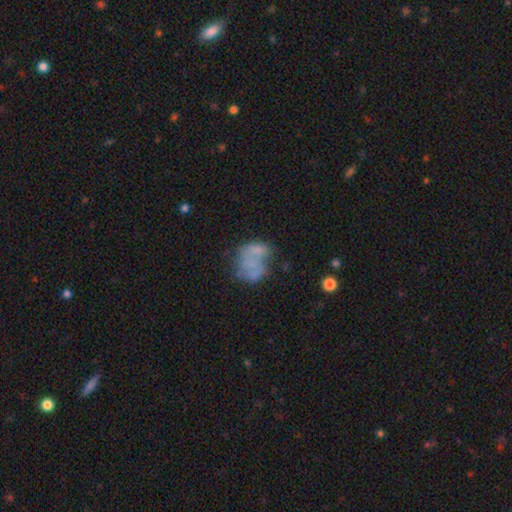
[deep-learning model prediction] smooth-or-featured: smooth: 46% | featured or disk: 42% | star or artifact: 12%
  merging: none: 35% | major disturbance: 23% | minor disturbance: 22% | merger: 20%